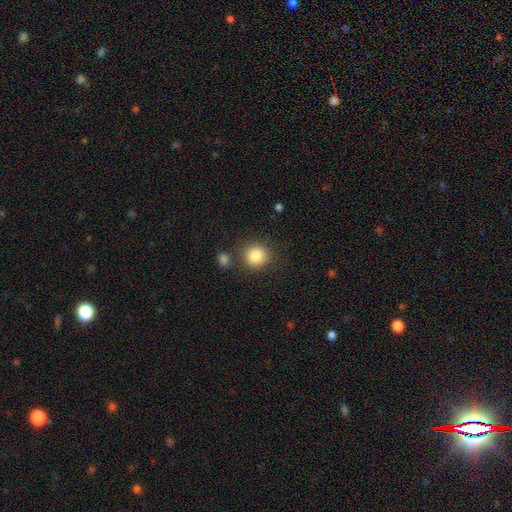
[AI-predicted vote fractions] Smooth or featured? Predicted: smooth (p=0.85). How rounded? Predicted: round (p=0.91). Merging? Predicted: none (p=0.82).